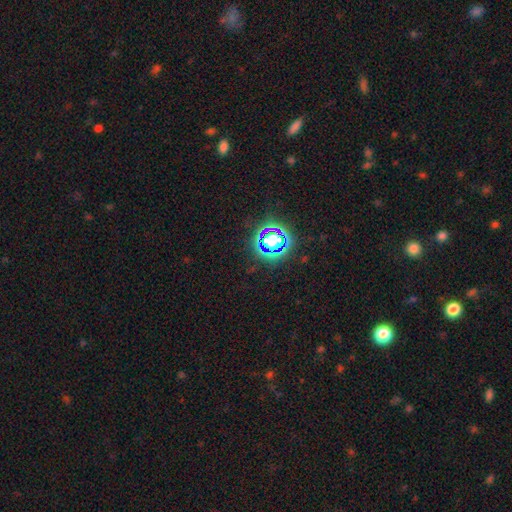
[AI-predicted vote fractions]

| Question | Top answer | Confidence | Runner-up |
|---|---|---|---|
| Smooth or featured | star or artifact | 78% | smooth (16%) |